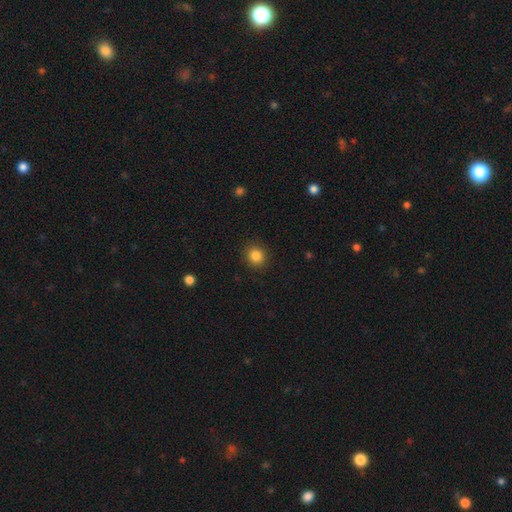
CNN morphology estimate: A smooth galaxy with no disk features (85%) that is round (86%).

Vote fractions:
- Smooth or featured? smooth: 85% / star or artifact: 11% / featured or disk: 4%
- How rounded? round: 86% / in between: 14% / cigar-shaped: 1%
- Merging? none: 90% / minor disturbance: 6% / major disturbance: 2% / merger: 1%